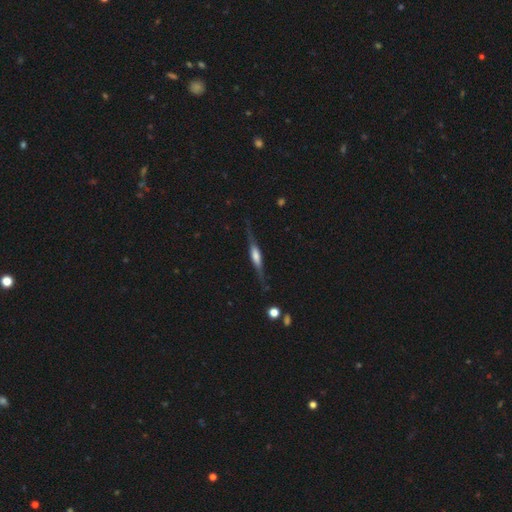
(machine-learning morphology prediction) Overall: featured or disk (68%). Edge-on disk: yes (95%). Edge-on bulge: rounded (52%; boxy 38%). Merging: none (79%).